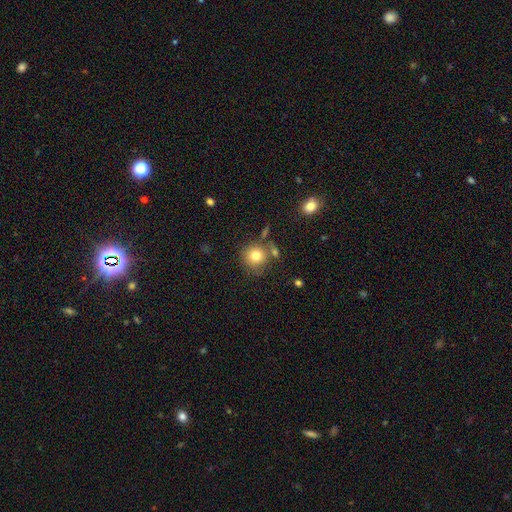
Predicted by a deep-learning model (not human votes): Smooth or featured?
  - smooth: 80% *
  - star or artifact: 10%
  - featured or disk: 10%
How rounded?
  - round: 90% *
  - in between: 9%
  - cigar-shaped: 1%
Merging?
  - none: 69% *
  - merger: 13%
  - minor disturbance: 13%
  - major disturbance: 5%